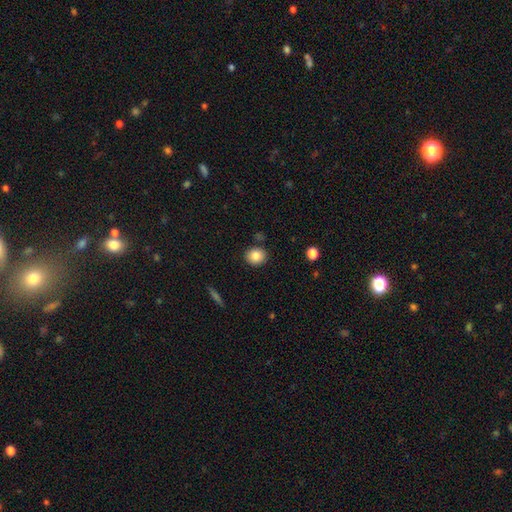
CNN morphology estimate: This is clearly a smooth galaxy (84%). How rounded: likely round (72%). Merging: clearly none (86%).